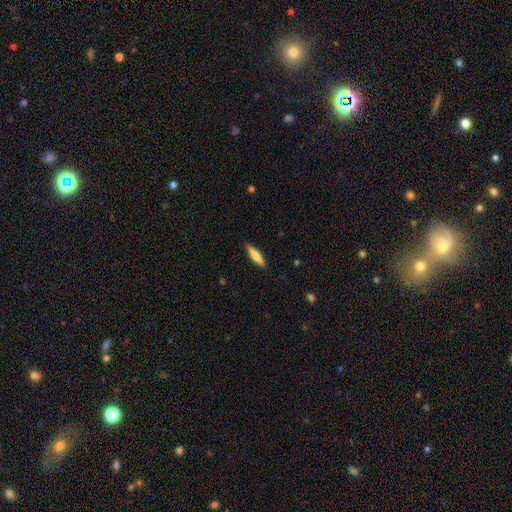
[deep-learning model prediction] Q: Smooth or featured?
A: smooth (66%); runner-up: featured or disk (29%)
Q: How rounded?
A: cigar-shaped (80%); runner-up: in between (18%)
Q: Merging?
A: none (90%); runner-up: minor disturbance (7%)